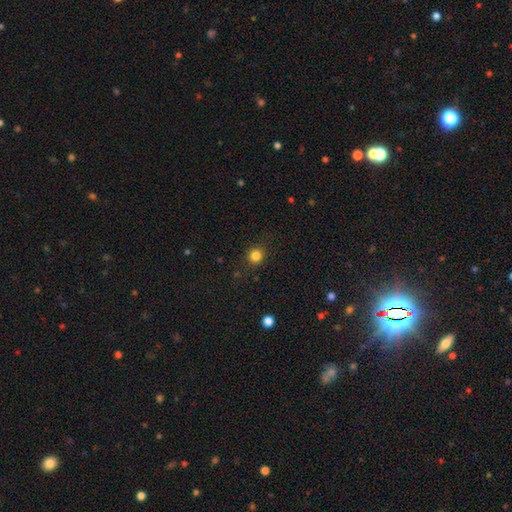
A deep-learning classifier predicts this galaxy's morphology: Smooth or featured? smooth (82%)
How rounded? round (88%)
Merging? none (87%)